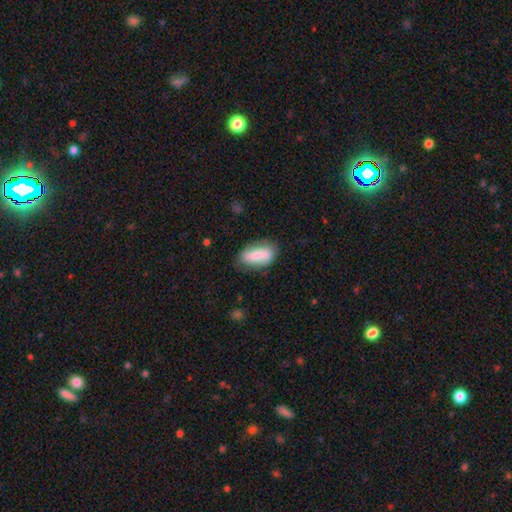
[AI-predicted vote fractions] Q: Smooth or featured?
A: smooth (68%); runner-up: featured or disk (25%)
Q: How rounded?
A: in between (87%); runner-up: cigar-shaped (10%)
Q: Merging?
A: none (72%); runner-up: minor disturbance (21%)